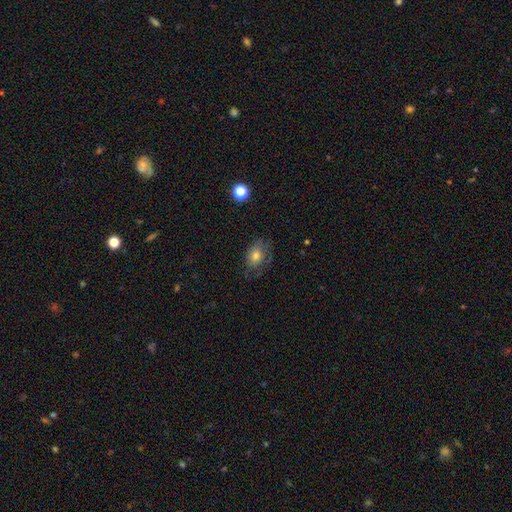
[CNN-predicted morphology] This is likely a smooth galaxy (69%). How rounded: likely in between (74%). Merging: likely none (63%).